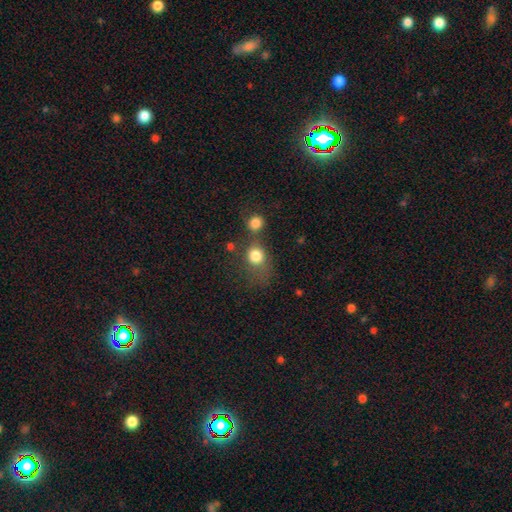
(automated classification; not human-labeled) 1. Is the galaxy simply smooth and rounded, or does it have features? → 80% smooth, 12% star or artifact, 9% featured or disk.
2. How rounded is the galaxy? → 74% round, 25% in between, 1% cigar-shaped.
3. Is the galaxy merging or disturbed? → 40% none, 33% merger, 14% minor disturbance, 12% major disturbance.